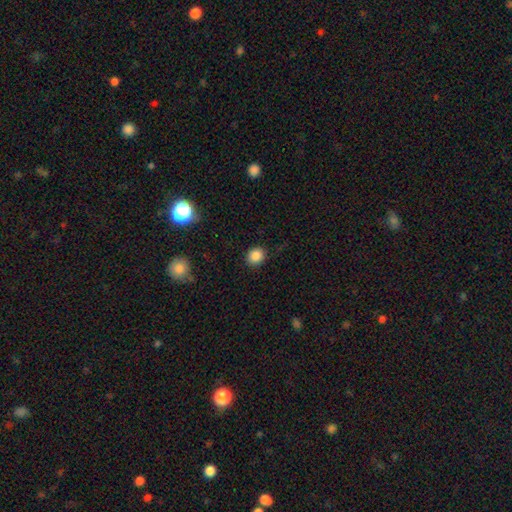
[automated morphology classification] This is clearly a smooth galaxy (86%). How rounded: likely round (68%). Merging: clearly none (87%).